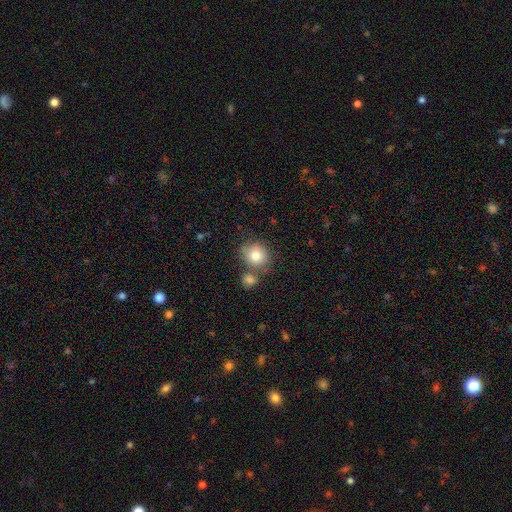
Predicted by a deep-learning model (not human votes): Morphology: type=smooth (80%); roundness=round (80%); merging=none (62%).